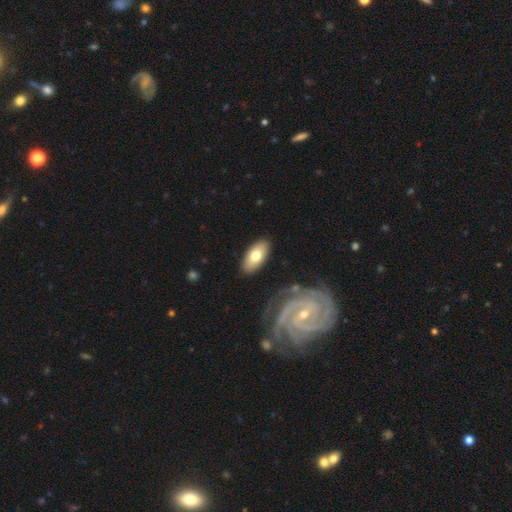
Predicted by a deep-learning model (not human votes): smooth-or-featured: smooth: 68% | featured or disk: 26% | star or artifact: 6%
  how-rounded: in between: 91% | cigar-shaped: 6% | round: 3%
  merging: none: 83% | minor disturbance: 11% | major disturbance: 3% | merger: 3%